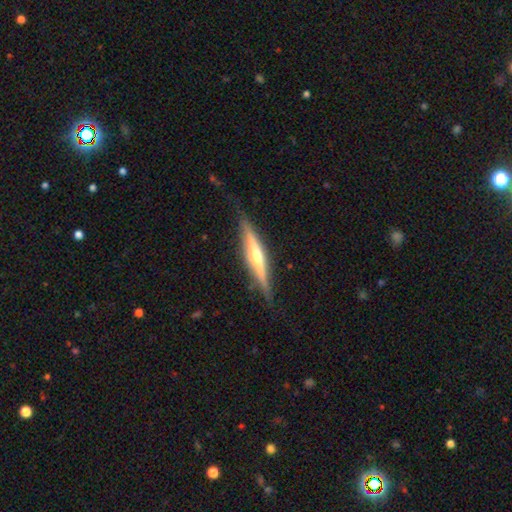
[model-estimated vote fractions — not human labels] Q: Smooth or featured?
A: featured or disk (73%); runner-up: smooth (22%)
Q: Edge-on disk?
A: yes (96%); runner-up: no (4%)
Q: Edge-on bulge?
A: rounded (83%); runner-up: none (11%)
Q: Merging?
A: none (84%); runner-up: minor disturbance (12%)